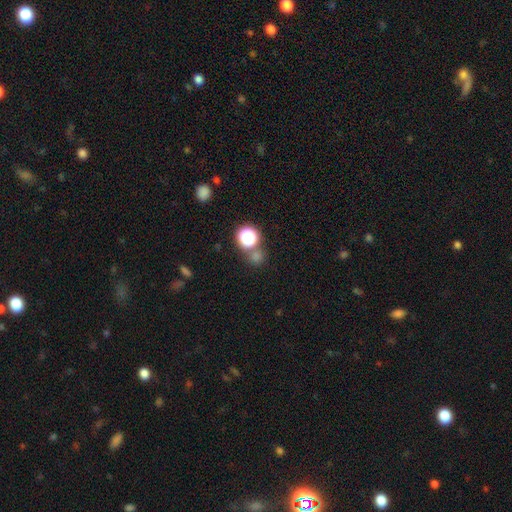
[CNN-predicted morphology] Smooth or featured? Predicted: smooth (p=0.54). How rounded? Predicted: round (p=0.86). Merging? Predicted: none (p=0.68).